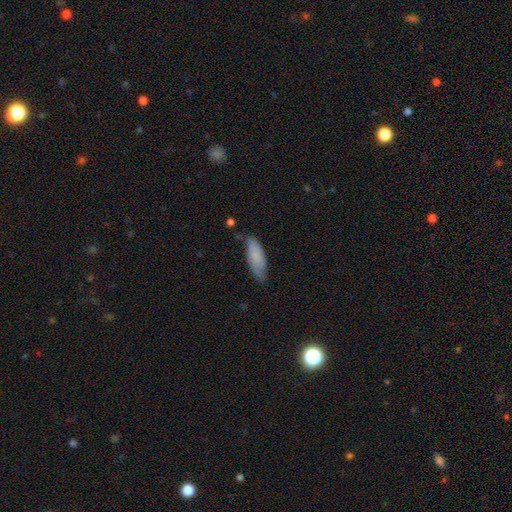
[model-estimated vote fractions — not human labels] Overall: smooth (76%). How rounded: in between (67%; cigar-shaped 31%). Merging: none (62%; minor disturbance 29%).